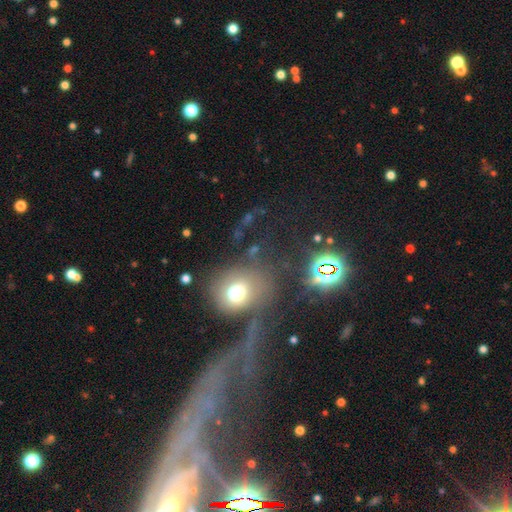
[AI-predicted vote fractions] Overall: featured or disk (43%; smooth 34%). Merging: none (41%; major disturbance 25%).